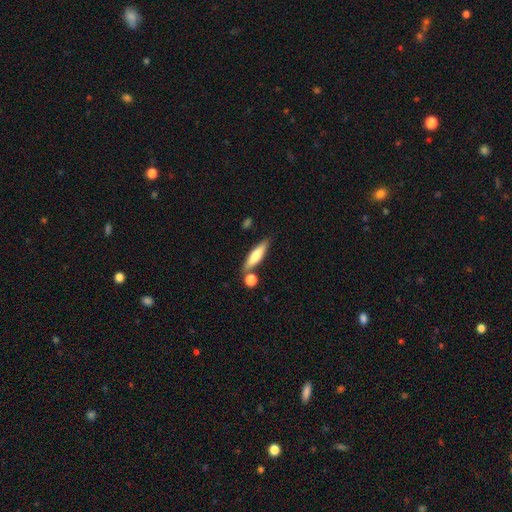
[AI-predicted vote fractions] Smooth or featured?
  - smooth: 67% *
  - featured or disk: 27%
  - star or artifact: 6%
How rounded?
  - cigar-shaped: 69% *
  - in between: 29%
  - round: 3%
Merging?
  - none: 71% *
  - merger: 14%
  - minor disturbance: 12%
  - major disturbance: 3%